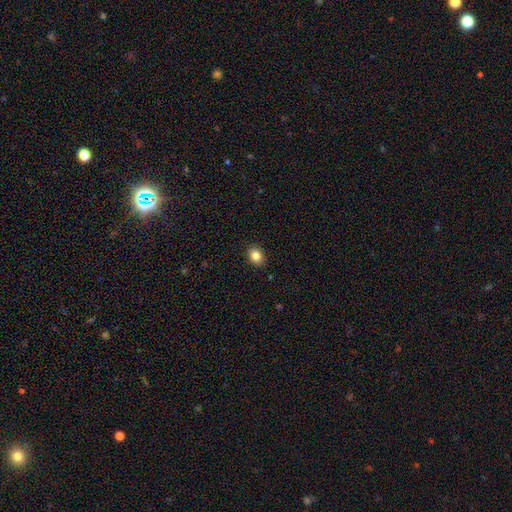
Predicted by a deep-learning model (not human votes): Smooth or featured? Predicted: smooth (p=0.85). How rounded? Predicted: in between (p=0.58). Merging? Predicted: none (p=0.90).